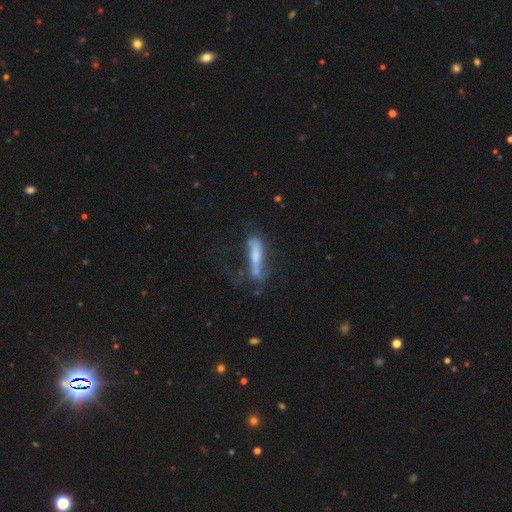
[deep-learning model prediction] Morphology: type=smooth (45%, tied with featured or disk); merging=none (39%).